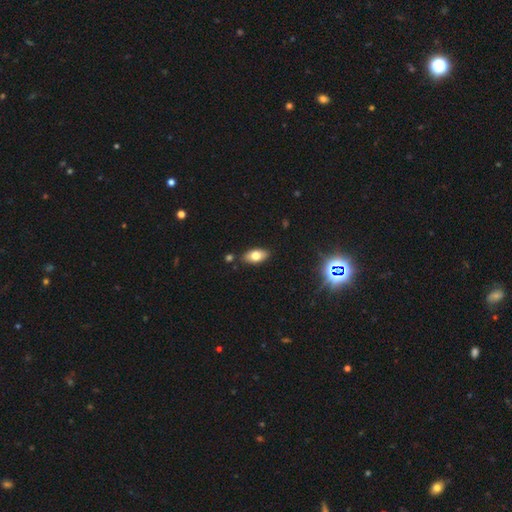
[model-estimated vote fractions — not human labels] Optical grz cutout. It shows a smooth galaxy with no disk features (73%) that is in between round and cigar-shaped (90%). Merging: none (84%).